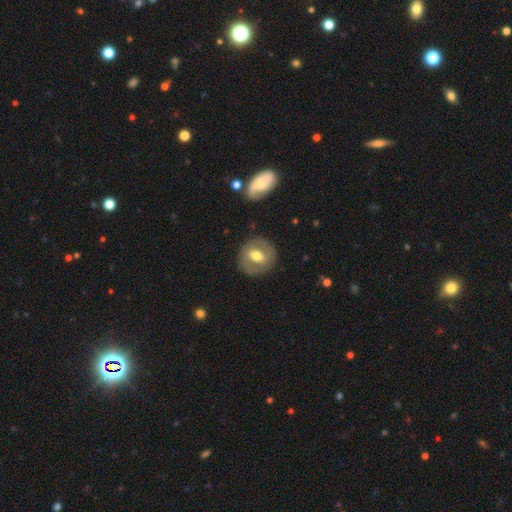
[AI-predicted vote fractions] Morphology: type=featured or disk (50%); merging=none (84%).